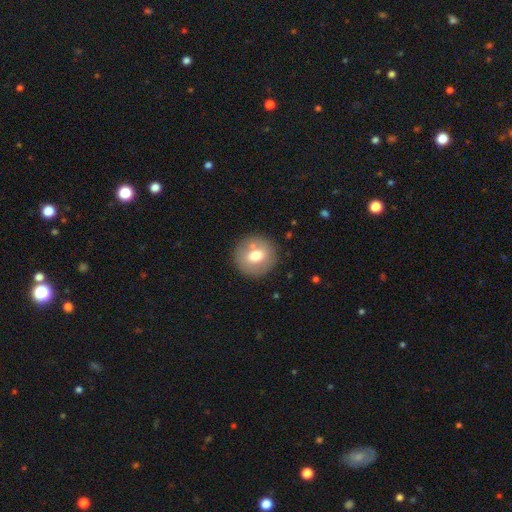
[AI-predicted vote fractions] Smooth or featured? smooth (68%)
How rounded? round (90%)
Merging? none (81%)